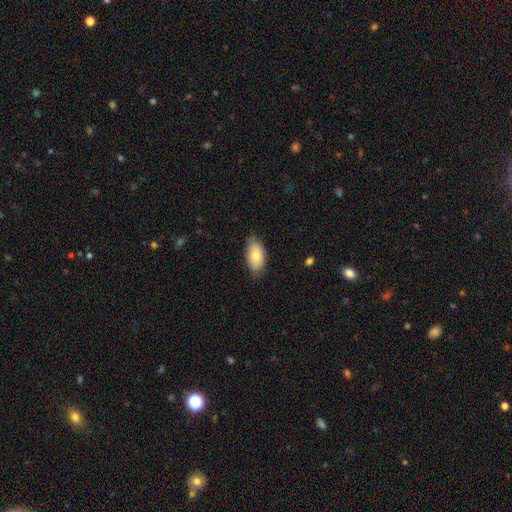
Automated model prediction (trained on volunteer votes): smooth 78%, featured or disk 15%, star or artifact 7%. Down the decision tree: how rounded — in between (94%); merging — none (78%).